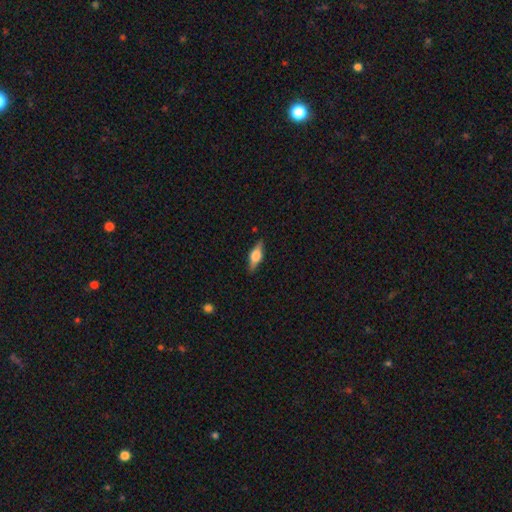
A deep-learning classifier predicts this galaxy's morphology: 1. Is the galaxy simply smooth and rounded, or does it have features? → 64% featured or disk, 30% smooth, 6% star or artifact.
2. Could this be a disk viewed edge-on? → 96% yes, 4% no.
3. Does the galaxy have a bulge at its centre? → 91% rounded, 7% boxy, 1% none.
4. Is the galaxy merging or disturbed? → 87% none, 9% minor disturbance, 2% major disturbance, 1% merger.